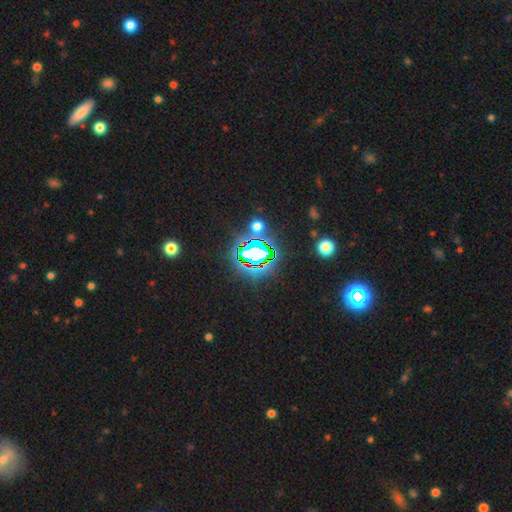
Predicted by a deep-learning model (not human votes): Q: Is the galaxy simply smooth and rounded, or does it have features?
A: star or artifact — 73%.